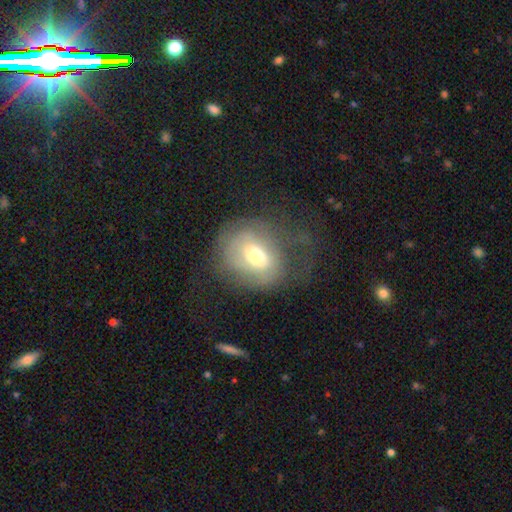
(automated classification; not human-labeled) Smooth or featured?
  - smooth: 51% *
  - featured or disk: 39%
  - star or artifact: 10%
How rounded?
  - round: 58% *
  - in between: 40%
  - cigar-shaped: 1%
Merging?
  - none: 40% *
  - major disturbance: 34%
  - minor disturbance: 24%
  - merger: 2%